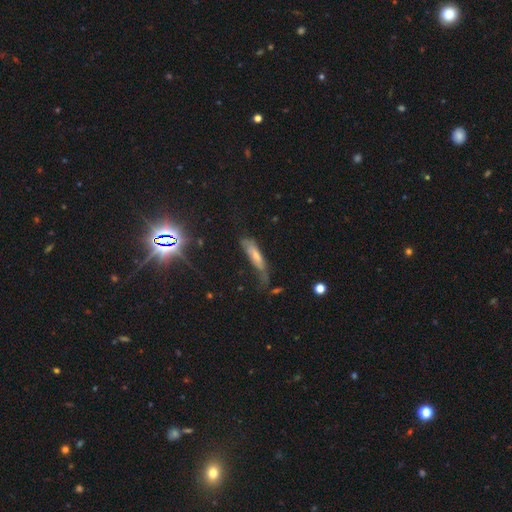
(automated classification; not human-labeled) Morphology: type=smooth (56%); roundness=cigar-shaped (67%); merging=minor disturbance (34%).